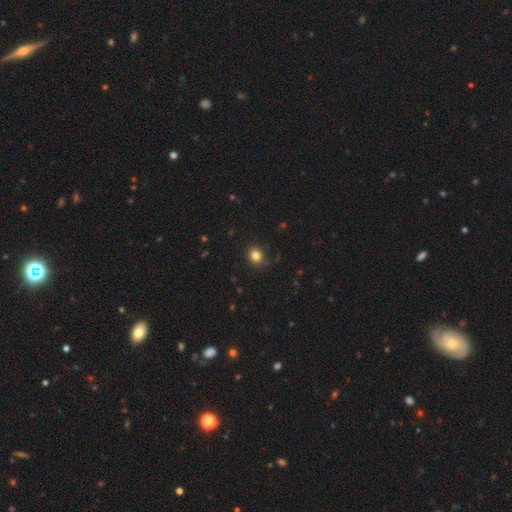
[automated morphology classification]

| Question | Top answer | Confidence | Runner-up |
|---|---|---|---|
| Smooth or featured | smooth | 82% | star or artifact (13%) |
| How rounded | round | 77% | in between (22%) |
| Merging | none | 84% | minor disturbance (11%) |